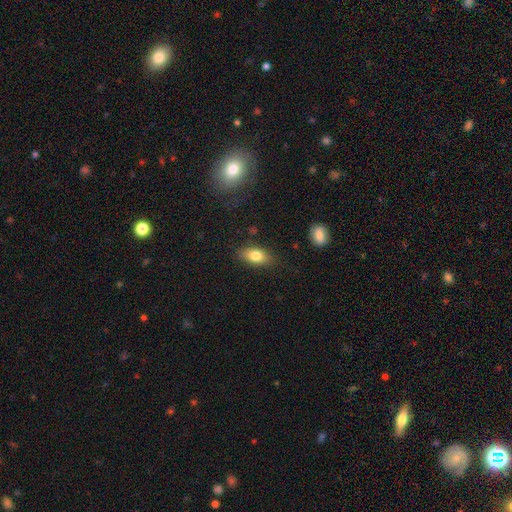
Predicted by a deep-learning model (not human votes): Smooth or featured?
  - smooth: 79% *
  - featured or disk: 13%
  - star or artifact: 8%
How rounded?
  - in between: 86% *
  - cigar-shaped: 7%
  - round: 7%
Merging?
  - none: 82% *
  - minor disturbance: 13%
  - major disturbance: 3%
  - merger: 2%